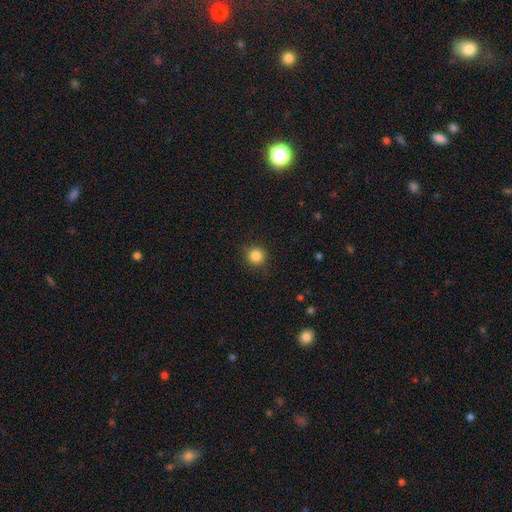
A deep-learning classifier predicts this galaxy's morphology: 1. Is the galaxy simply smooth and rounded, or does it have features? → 85% smooth, 11% star or artifact, 4% featured or disk.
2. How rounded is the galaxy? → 94% round, 5% in between, 1% cigar-shaped.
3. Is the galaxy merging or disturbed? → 88% none, 9% minor disturbance, 2% major disturbance, 1% merger.